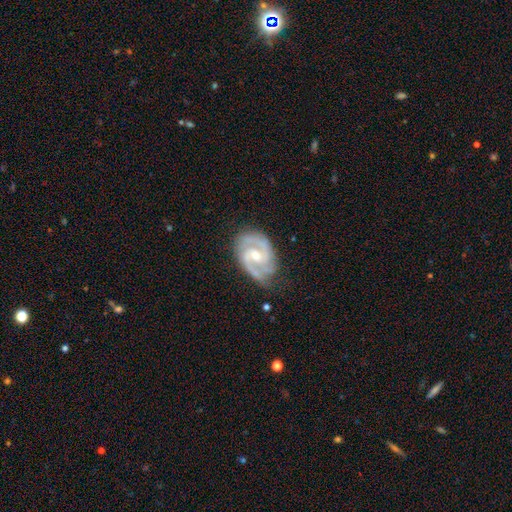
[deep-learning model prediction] smooth-or-featured: featured or disk: 91% | smooth: 5% | star or artifact: 4%
  disk-edge-on: no: 98% | yes: 2%
    bar: weak: 53% | no: 35% | strong: 13%
    has-spiral-arms: yes: 98% | no: 2%
      spiral-winding: medium: 52% | tight: 41% | loose: 8%
      spiral-arm-count: 2: 83% | 3: 9% | can't tell: 4% | 1: 2% | 4: 1% | more than 4: 1%
    bulge-size: moderate: 54% | small: 40% | none: 3% | large: 3% | dominant: 1%
  merging: none: 72% | minor disturbance: 21% | major disturbance: 6% | merger: 1%